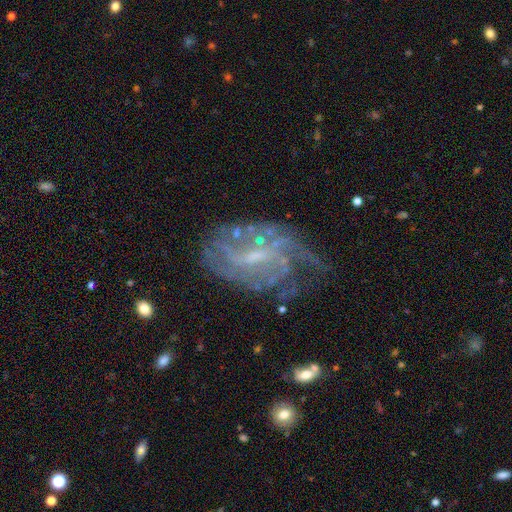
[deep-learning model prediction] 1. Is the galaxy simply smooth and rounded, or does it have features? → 80% featured or disk, 11% smooth, 9% star or artifact.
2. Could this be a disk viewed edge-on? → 96% no, 4% yes.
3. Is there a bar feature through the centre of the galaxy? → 54% weak, 27% no, 20% strong.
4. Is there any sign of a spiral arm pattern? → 83% yes, 17% no.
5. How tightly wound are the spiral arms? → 42% tight, 38% medium, 20% loose.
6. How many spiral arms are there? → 48% can't tell, 16% 2, 13% 3, 11% 4, 6% 1, 6% more than 4.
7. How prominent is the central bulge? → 56% small, 22% moderate, 20% none, 1% large, 1% dominant.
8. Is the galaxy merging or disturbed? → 50% none, 25% minor disturbance, 21% major disturbance, 4% merger.